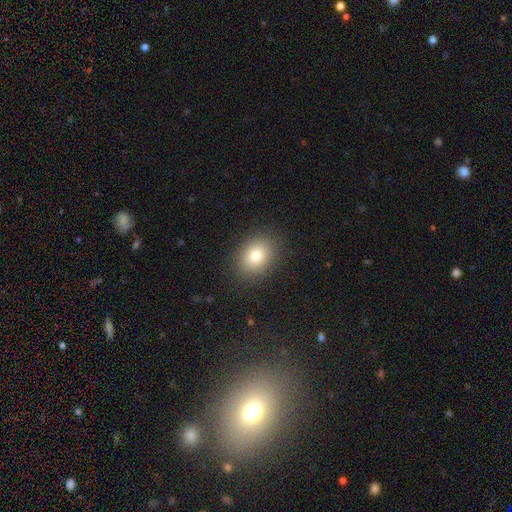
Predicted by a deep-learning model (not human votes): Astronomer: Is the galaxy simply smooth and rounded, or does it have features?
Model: smooth — 80%.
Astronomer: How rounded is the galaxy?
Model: in between — 58% (runner-up: round, 41%).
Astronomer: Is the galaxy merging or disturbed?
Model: none — 87%.